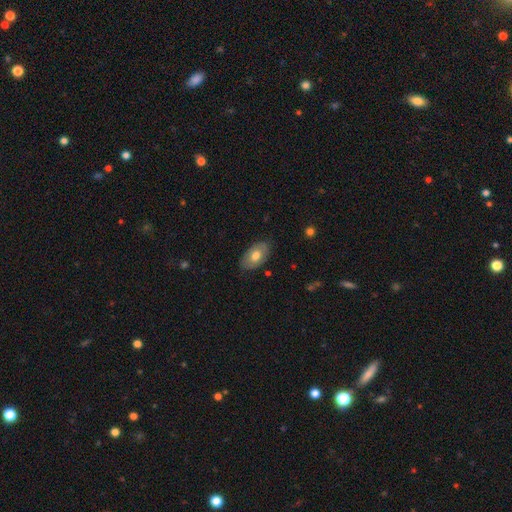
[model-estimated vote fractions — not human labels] A smooth galaxy with no disk features (65%) that is in between round and cigar-shaped (92%).

Vote fractions:
- Smooth or featured? smooth: 65% / featured or disk: 28% / star or artifact: 6%
- How rounded? in between: 92% / round: 6% / cigar-shaped: 1%
- Merging? none: 80% / minor disturbance: 16% / major disturbance: 3% / merger: 1%